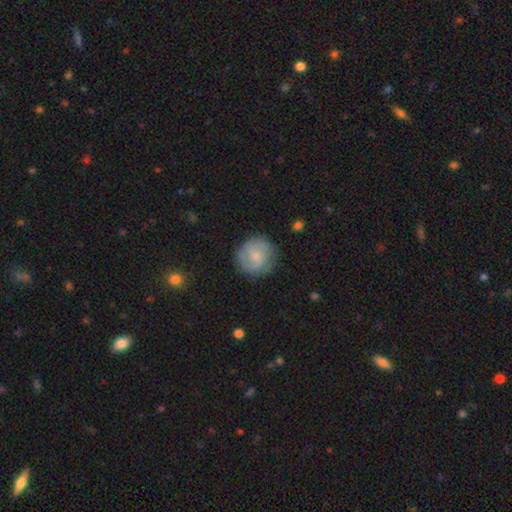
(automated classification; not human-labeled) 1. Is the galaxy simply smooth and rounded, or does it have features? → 50% smooth, 43% featured or disk, 7% star or artifact.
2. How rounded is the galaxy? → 92% round, 7% in between, 1% cigar-shaped.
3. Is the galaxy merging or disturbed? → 79% none, 15% minor disturbance, 5% major disturbance, 1% merger.